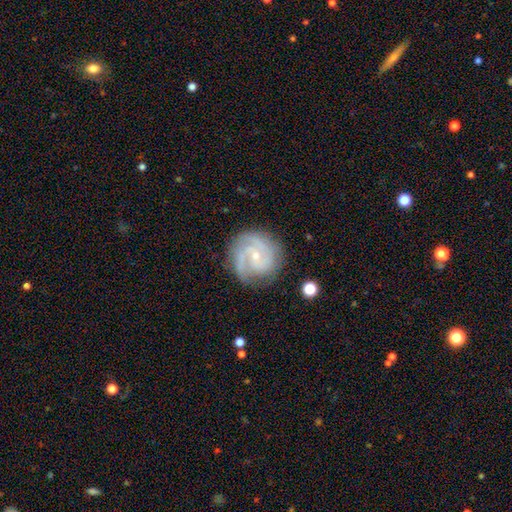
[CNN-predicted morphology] The model was most divided on "spiral arm count": 3: 34%, 2: 33%, can't tell: 16%, 4: 6%, 1: 6%, more than 4: 4%. More confident: edge-on disk — no (98%); spiral arms — yes (96%); smooth or featured — featured or disk (84%); bulge size — small (78%); merging — none (76%); bar — no (59%); spiral winding — tight (50%).